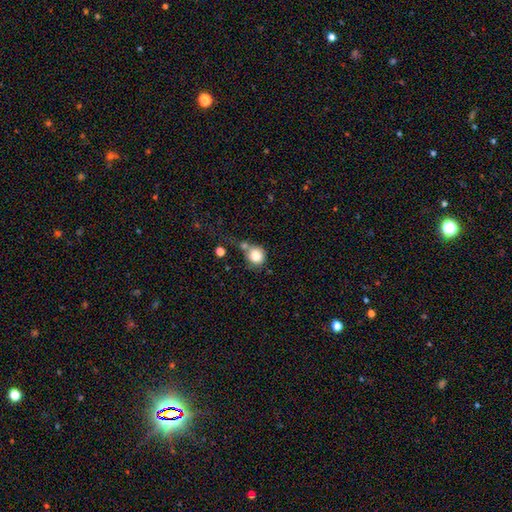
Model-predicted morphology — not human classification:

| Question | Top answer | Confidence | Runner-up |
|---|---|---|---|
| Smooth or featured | smooth | 82% | star or artifact (9%) |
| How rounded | round | 84% | in between (15%) |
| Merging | none | 44% | merger (27%) |